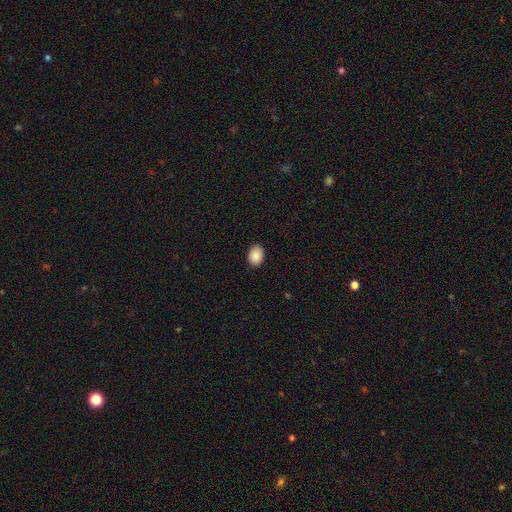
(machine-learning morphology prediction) Q: Smooth or featured?
A: smooth (89%); runner-up: star or artifact (7%)
Q: How rounded?
A: in between (71%); runner-up: round (28%)
Q: Merging?
A: none (88%); runner-up: minor disturbance (9%)